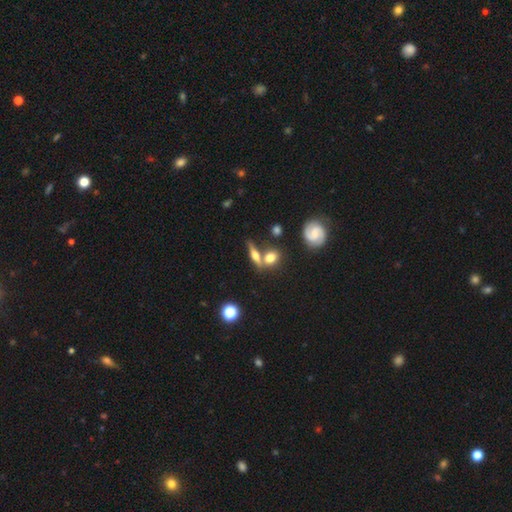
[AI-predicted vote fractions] Smooth or featured: featured or disk — 50% (smooth — 40%)
Edge-on disk: yes — 75% (no — 25%)
Merging: none — 61% (merger — 23%)